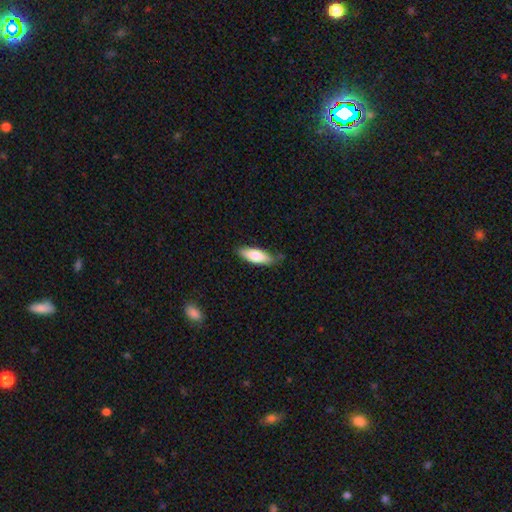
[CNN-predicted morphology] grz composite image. It shows a smooth galaxy with no disk features (77%) that is in between round and cigar-shaped (65%). Merging: none (74%).